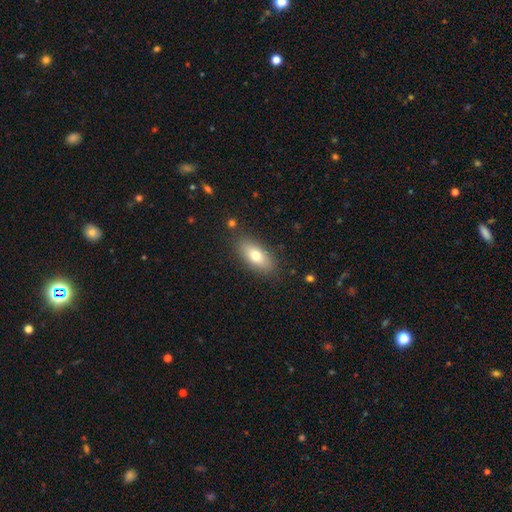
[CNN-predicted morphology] Q: Smooth or featured?
A: smooth (74%); runner-up: featured or disk (18%)
Q: How rounded?
A: in between (84%); runner-up: cigar-shaped (12%)
Q: Merging?
A: none (84%); runner-up: minor disturbance (11%)